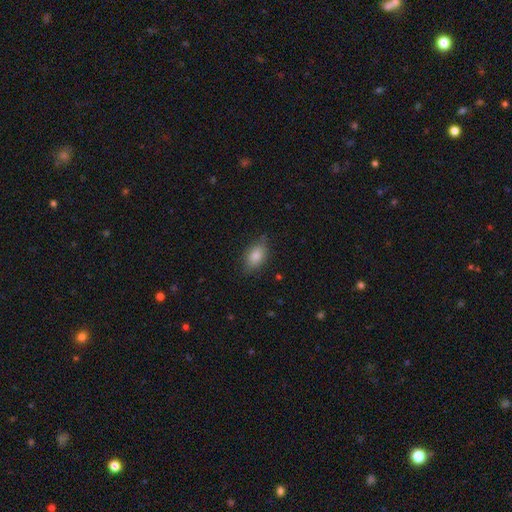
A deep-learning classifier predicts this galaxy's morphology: smooth_or_featured: smooth (p=0.81) [alt: featured or disk p=0.10]
how_rounded: in between (p=0.87) [alt: round p=0.09]
merging: none (p=0.78) [alt: minor disturbance p=0.18]